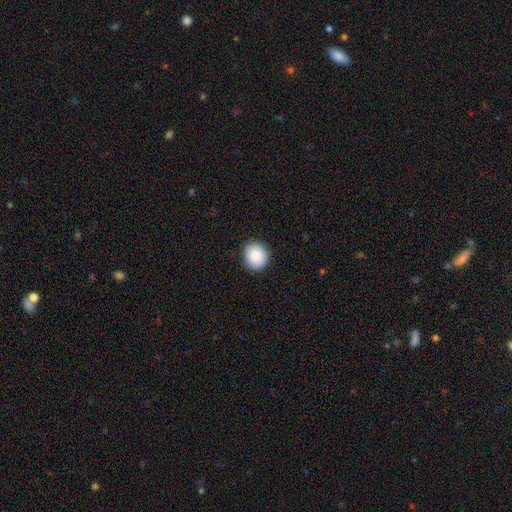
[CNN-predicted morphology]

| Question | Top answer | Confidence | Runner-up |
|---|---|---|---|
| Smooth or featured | smooth | 87% | star or artifact (7%) |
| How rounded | round | 72% | in between (27%) |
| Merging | none | 90% | minor disturbance (8%) |